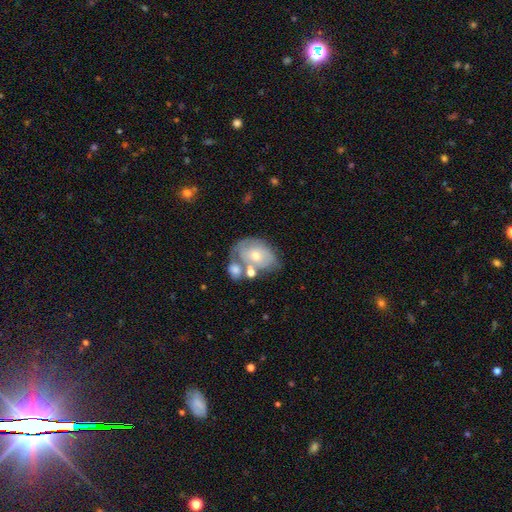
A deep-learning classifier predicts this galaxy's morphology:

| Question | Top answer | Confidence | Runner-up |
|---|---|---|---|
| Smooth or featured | featured or disk | 47% | smooth (46%) |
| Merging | none | 35% | merger (32%) |